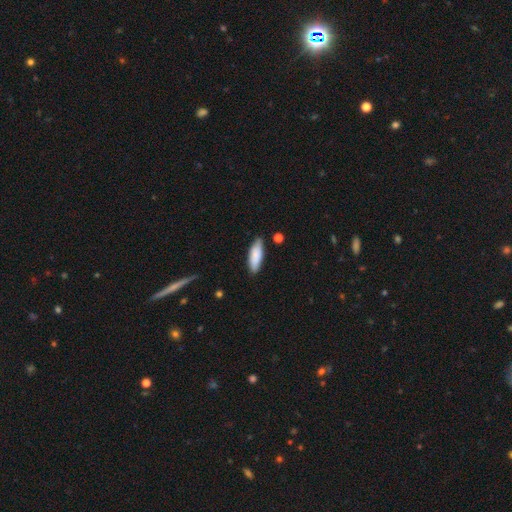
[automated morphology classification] A smooth galaxy with no disk features (83%) that is in between round and cigar-shaped (62%). Merging: none (81%).